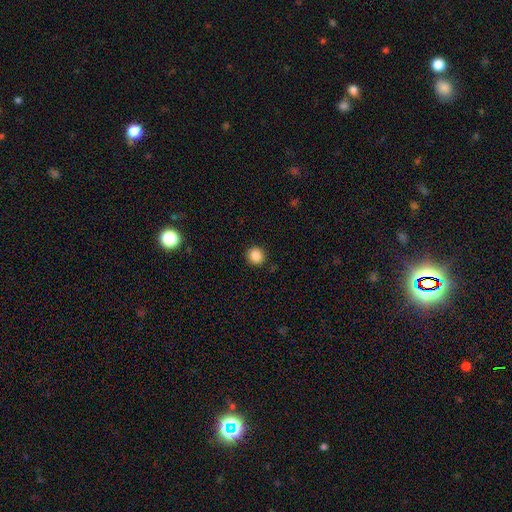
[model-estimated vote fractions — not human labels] A smooth galaxy with no disk features (87%) that is round (89%). Merging: none (90%).